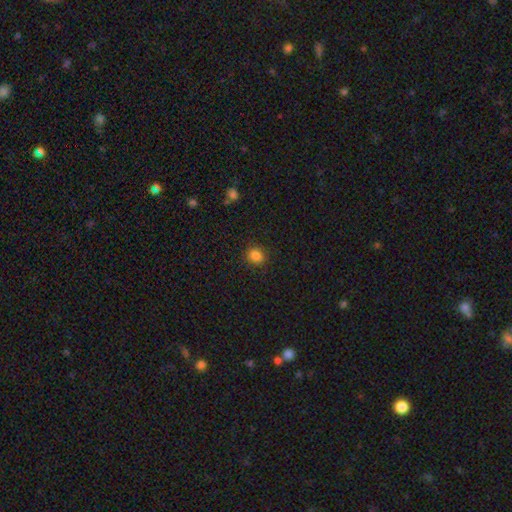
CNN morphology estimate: Overall: smooth (84%). How rounded: round (81%). Merging: none (88%).